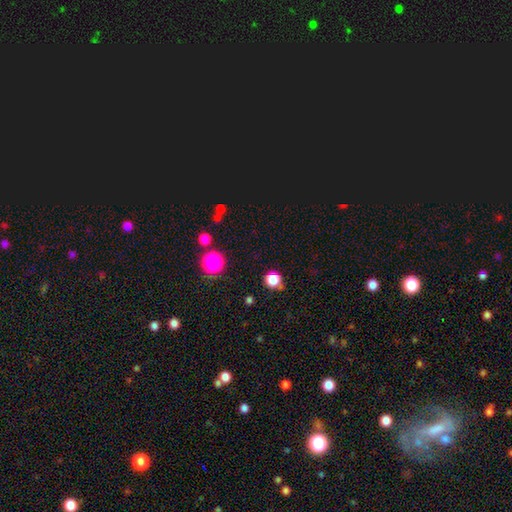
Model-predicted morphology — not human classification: This is possibly a smooth galaxy (48%). Merging: clearly none (81%).